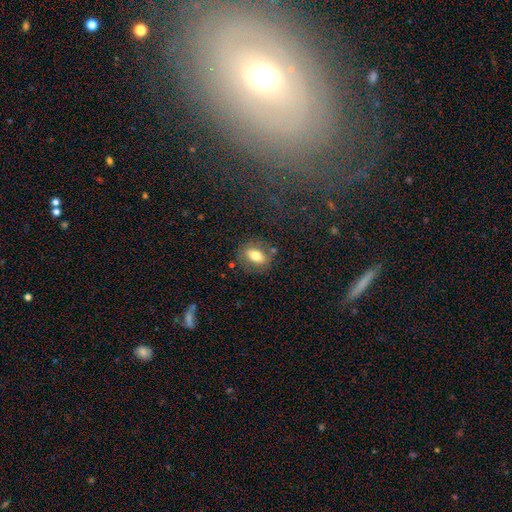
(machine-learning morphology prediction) This is likely a smooth galaxy (70%). How rounded: likely in between (73%). Merging: likely none (75%).